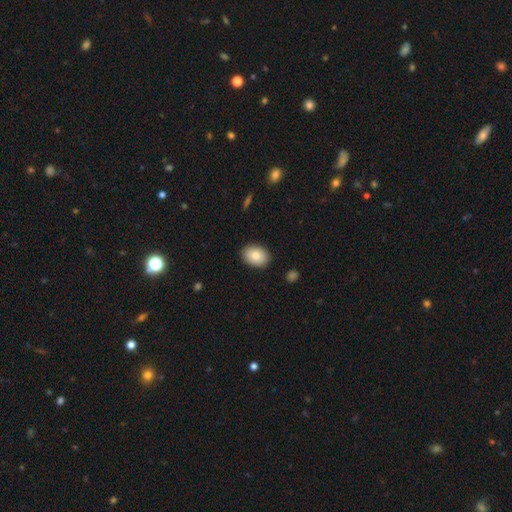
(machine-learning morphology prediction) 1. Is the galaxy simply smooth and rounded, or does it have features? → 85% smooth, 8% featured or disk, 7% star or artifact.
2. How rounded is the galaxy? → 79% in between, 20% round, 1% cigar-shaped.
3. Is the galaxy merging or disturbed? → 89% none, 8% minor disturbance, 2% major disturbance, 1% merger.